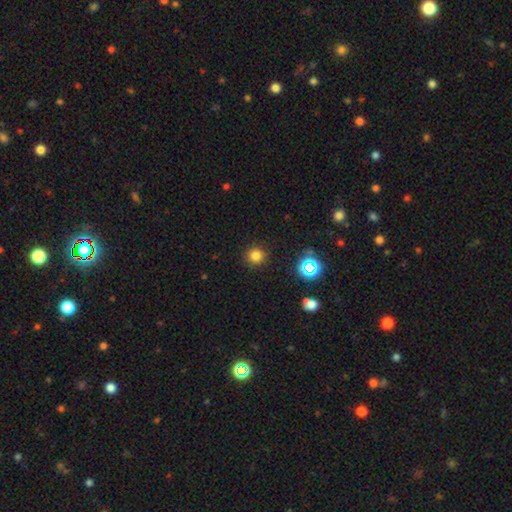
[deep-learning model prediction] smooth-or-featured: smooth: 79% | star or artifact: 17% | featured or disk: 5%
  how-rounded: round: 93% | in between: 6% | cigar-shaped: 1%
  merging: none: 90% | minor disturbance: 6% | major disturbance: 2% | merger: 1%